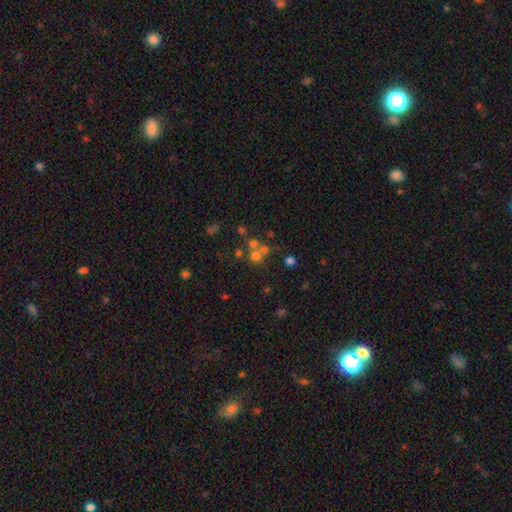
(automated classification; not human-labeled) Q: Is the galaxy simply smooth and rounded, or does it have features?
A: smooth — 56%.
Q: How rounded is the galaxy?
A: round — 87%.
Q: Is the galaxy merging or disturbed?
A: none — 51%.